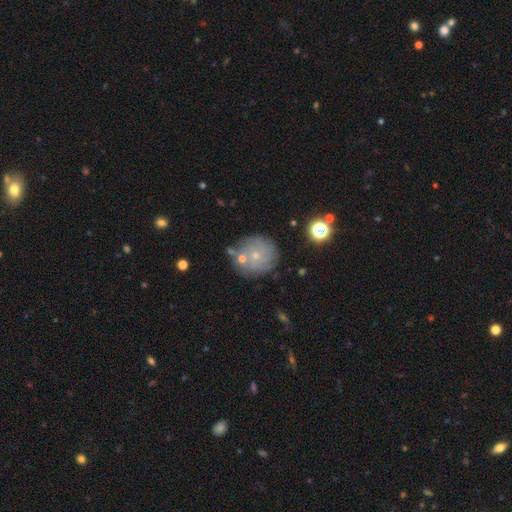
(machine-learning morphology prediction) Smooth or featured? Predicted: smooth (p=0.57). How rounded? Predicted: round (p=0.93). Merging? Predicted: none (p=0.69).